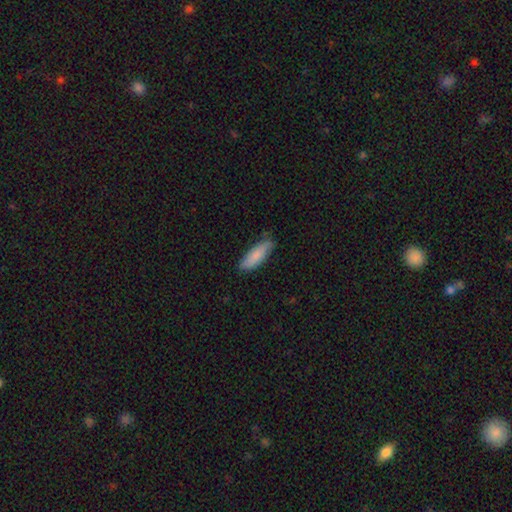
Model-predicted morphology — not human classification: A smooth galaxy with no disk features (83%) that is in between round and cigar-shaped (50%).

Vote fractions:
- Smooth or featured? smooth: 83% / featured or disk: 12% / star or artifact: 5%
- How rounded? in between: 50% / cigar-shaped: 49% / round: 2%
- Merging? none: 77% / minor disturbance: 19% / major disturbance: 3% / merger: 1%